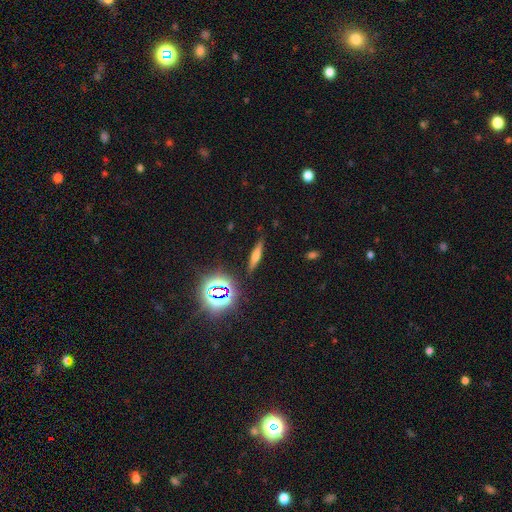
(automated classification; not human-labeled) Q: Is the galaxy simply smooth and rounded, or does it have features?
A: smooth — 50%.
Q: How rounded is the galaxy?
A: cigar-shaped — 79%.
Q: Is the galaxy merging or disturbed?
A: none — 84%.